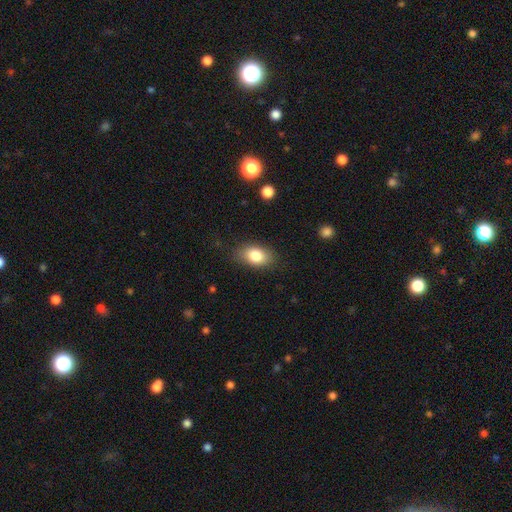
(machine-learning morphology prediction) smooth_or_featured: smooth (p=0.82) [alt: featured or disk p=0.10]
how_rounded: in between (p=0.85) [alt: round p=0.13]
merging: none (p=0.82) [alt: minor disturbance p=0.13]